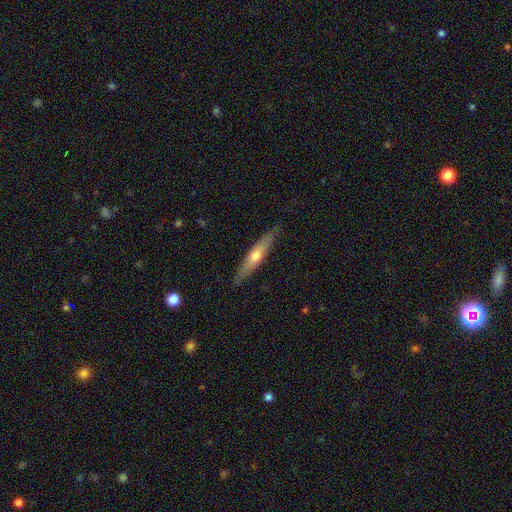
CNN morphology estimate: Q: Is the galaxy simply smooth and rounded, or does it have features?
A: featured or disk — 53%.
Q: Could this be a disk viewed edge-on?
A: yes — 89%.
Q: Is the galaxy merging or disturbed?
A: none — 86%.